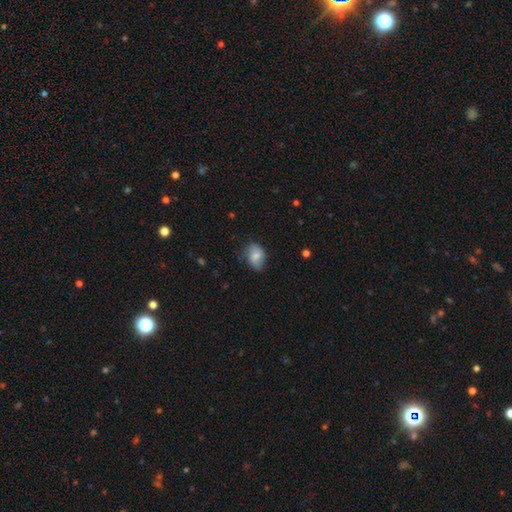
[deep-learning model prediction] Smooth or featured: smooth — 72% (featured or disk — 20%)
How rounded: in between — 73% (round — 26%)
Merging: none — 61% (minor disturbance — 30%)